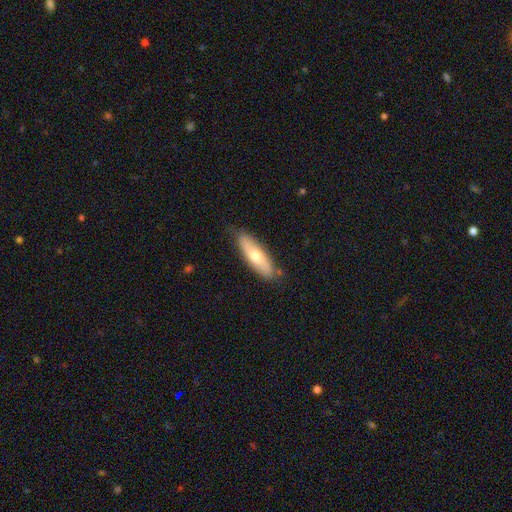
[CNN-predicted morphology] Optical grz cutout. It shows a smooth galaxy with no disk features (58%) that is cigar-shaped (55%). Merging: none (80%).